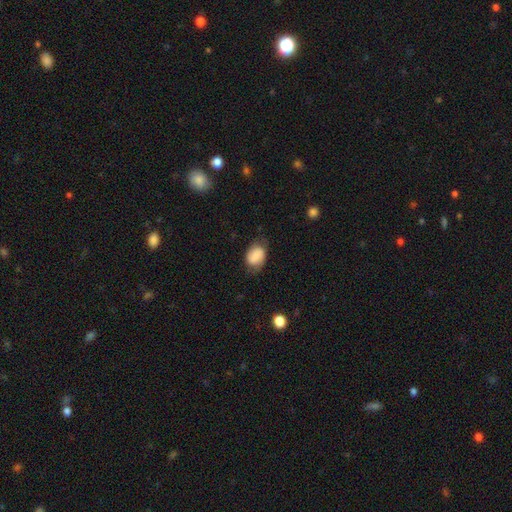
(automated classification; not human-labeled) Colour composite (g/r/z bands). It shows a smooth galaxy with no disk features (76%) that is in between round and cigar-shaped (73%). Merging: none (62%).